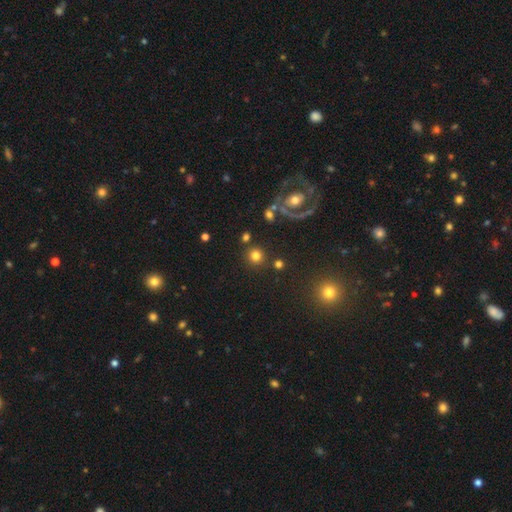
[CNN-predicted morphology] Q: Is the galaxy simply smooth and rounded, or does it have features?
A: smooth — 76%.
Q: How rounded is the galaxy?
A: round — 92%.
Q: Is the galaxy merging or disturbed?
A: none — 84%.